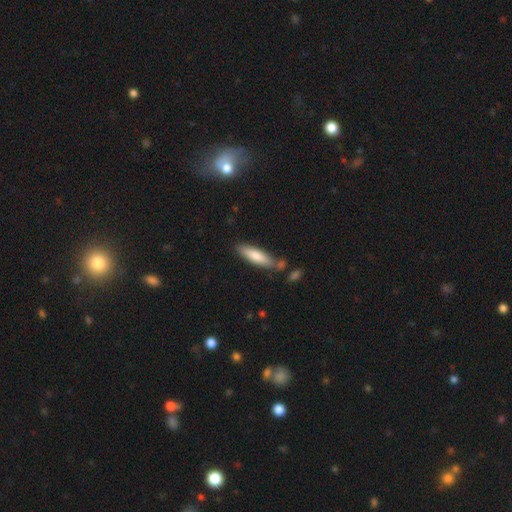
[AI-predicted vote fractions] A smooth galaxy with no disk features (75%) that is cigar-shaped (65%).

Vote fractions:
- Smooth or featured? smooth: 75% / featured or disk: 20% / star or artifact: 6%
- How rounded? cigar-shaped: 65% / in between: 33% / round: 1%
- Merging? none: 75% / minor disturbance: 14% / merger: 8% / major disturbance: 3%